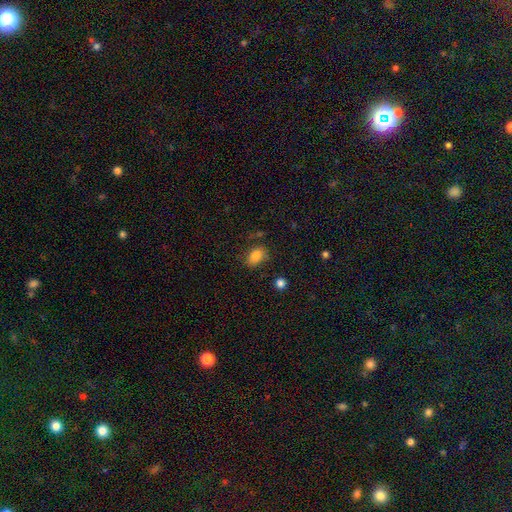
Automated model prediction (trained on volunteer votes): The model was most divided on "merging": none: 71%, minor disturbance: 19%, major disturbance: 7%, merger: 4%. More confident: smooth or featured — smooth (84%); how rounded — in between (80%).